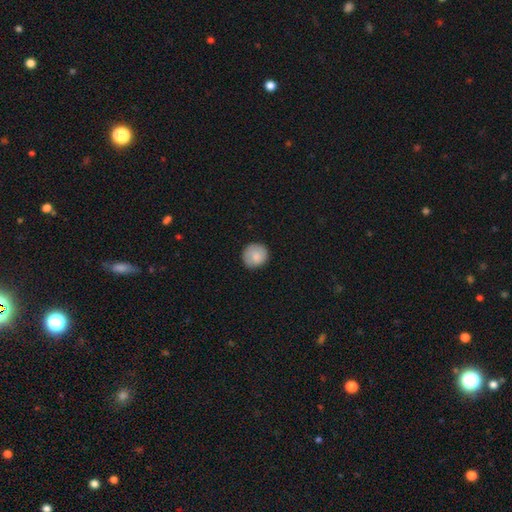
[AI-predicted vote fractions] smooth-or-featured: smooth: 82% | featured or disk: 11% | star or artifact: 7%
  how-rounded: round: 90% | in between: 9% | cigar-shaped: 1%
  merging: none: 82% | minor disturbance: 14% | major disturbance: 3% | merger: 1%